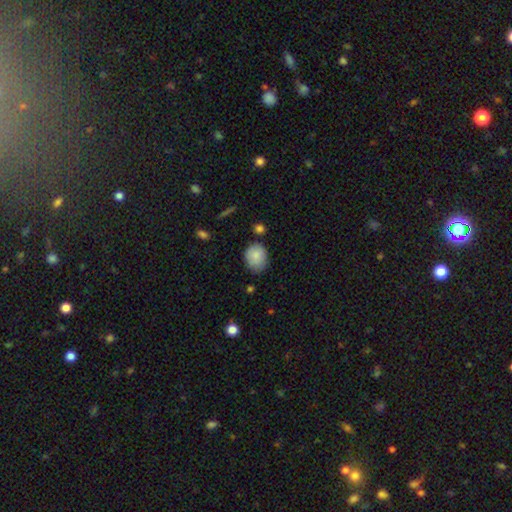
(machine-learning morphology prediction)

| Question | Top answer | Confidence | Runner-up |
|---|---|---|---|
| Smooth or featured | smooth | 86% | featured or disk (7%) |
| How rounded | in between | 52% | round (47%) |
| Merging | none | 69% | minor disturbance (23%) |